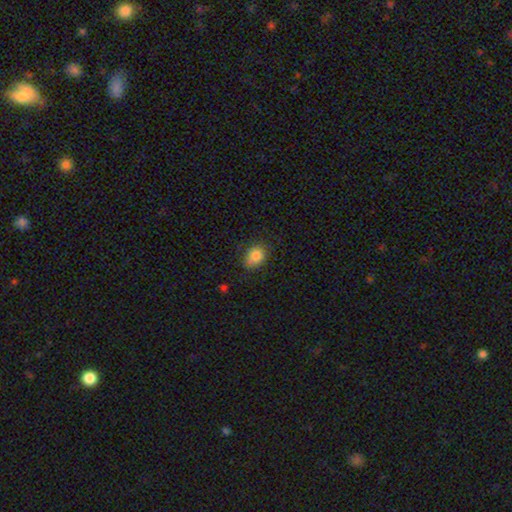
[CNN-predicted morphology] Overall: smooth (85%). How rounded: in between (64%; round 35%). Merging: none (74%).